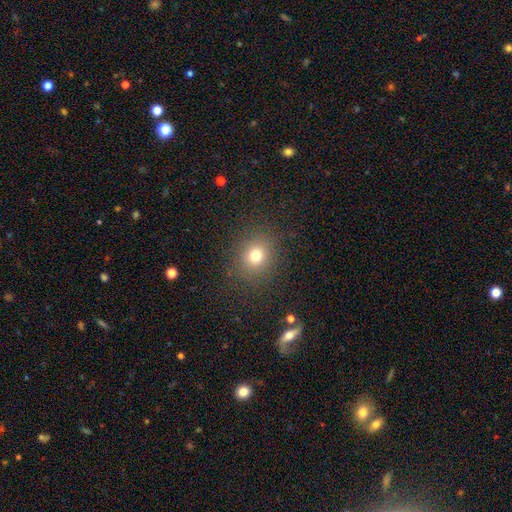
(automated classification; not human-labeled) Overall: smooth (75%). How rounded: round (78%). Merging: none (87%).